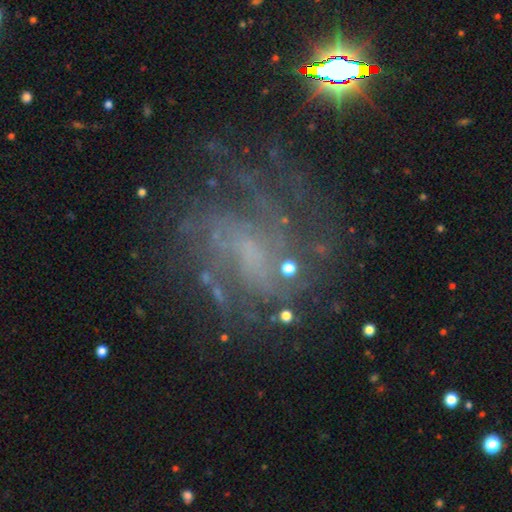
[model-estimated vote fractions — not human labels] Q: Smooth or featured?
A: featured or disk (70%); runner-up: star or artifact (21%)
Q: Edge-on disk?
A: no (97%); runner-up: yes (3%)
Q: Bar?
A: no (49%); runner-up: weak (38%)
Q: Spiral arms?
A: yes (83%); runner-up: no (17%)
Q: Spiral winding?
A: medium (40%); runner-up: tight (39%)
Q: Spiral arm count?
A: can't tell (47%); runner-up: 2 (15%)
Q: Bulge size?
A: none (52%); runner-up: small (33%)
Q: Merging?
A: none (61%); runner-up: major disturbance (20%)